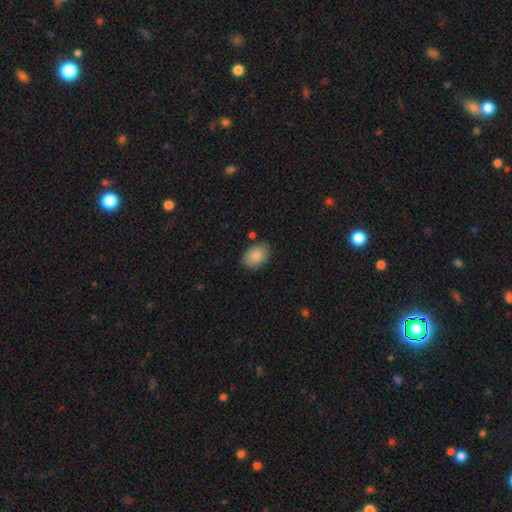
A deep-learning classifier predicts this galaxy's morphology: smooth 88%, star or artifact 7%, featured or disk 6%. Down the decision tree: how rounded — in between (81%); merging — none (78%).